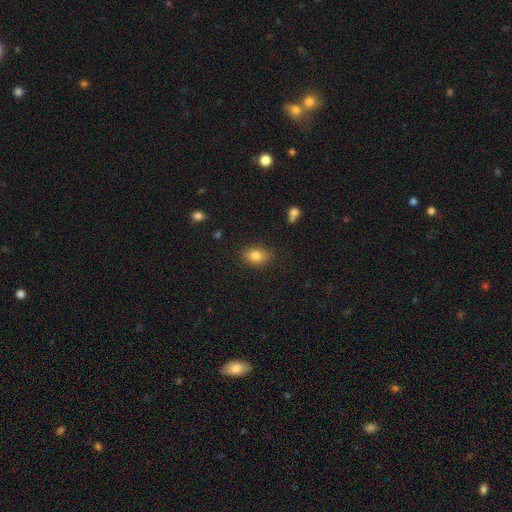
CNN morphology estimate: Smooth or featured?
  - smooth: 82% *
  - star or artifact: 9%
  - featured or disk: 9%
How rounded?
  - in between: 81% *
  - round: 17%
  - cigar-shaped: 2%
Merging?
  - none: 83% *
  - minor disturbance: 12%
  - major disturbance: 3%
  - merger: 2%